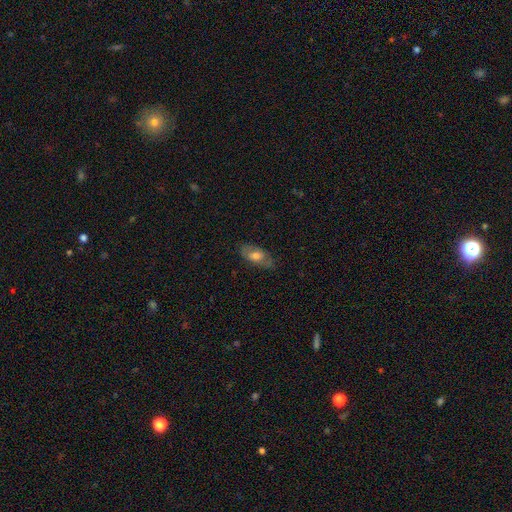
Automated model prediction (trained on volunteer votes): The model was most divided on "smooth or featured": smooth: 59%, featured or disk: 35%, star or artifact: 7%. More confident: how rounded — in between (89%); merging — none (75%).